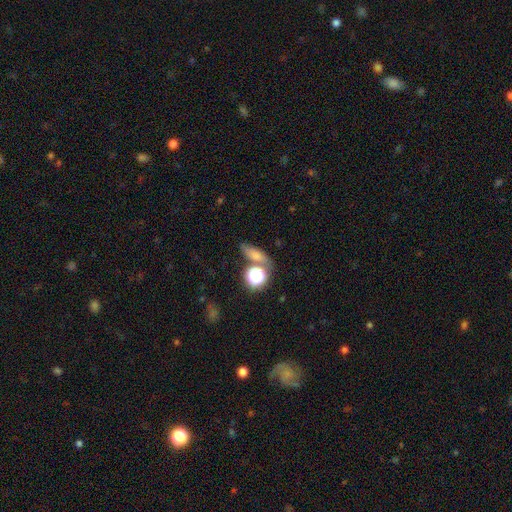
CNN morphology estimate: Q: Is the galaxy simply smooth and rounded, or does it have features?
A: smooth — 54%.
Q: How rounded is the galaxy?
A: in between — 40%.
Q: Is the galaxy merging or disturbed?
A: none — 65%.